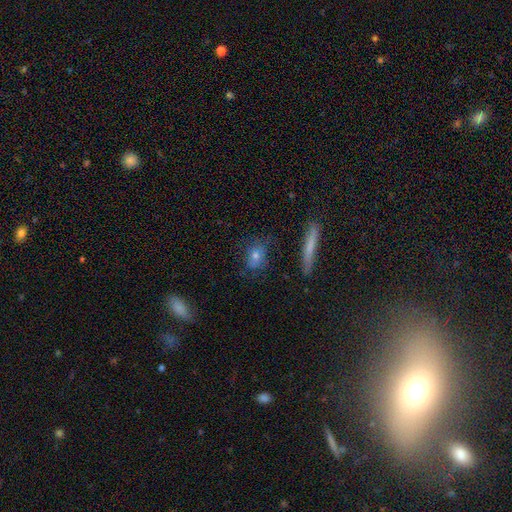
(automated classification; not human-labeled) Smooth or featured: smooth — 56% (featured or disk — 29%)
How rounded: in between — 53% (round — 31%)
Merging: none — 73% (minor disturbance — 18%)